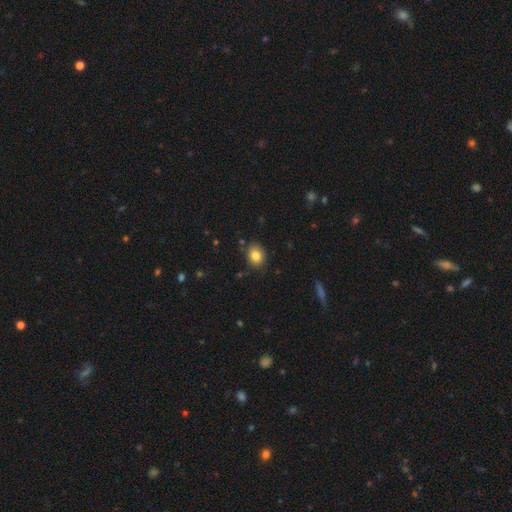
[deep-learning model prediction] smooth_or_featured: smooth (p=0.82) [alt: star or artifact p=0.10]
how_rounded: round (p=0.51) [alt: in between p=0.49]
merging: none (p=0.84) [alt: minor disturbance p=0.11]